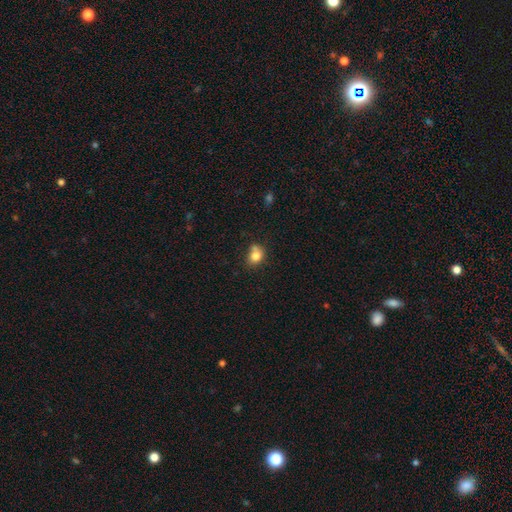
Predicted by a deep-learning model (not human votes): This is likely a smooth galaxy (79%). How rounded: possibly round (57%). Merging: possibly none (53%).